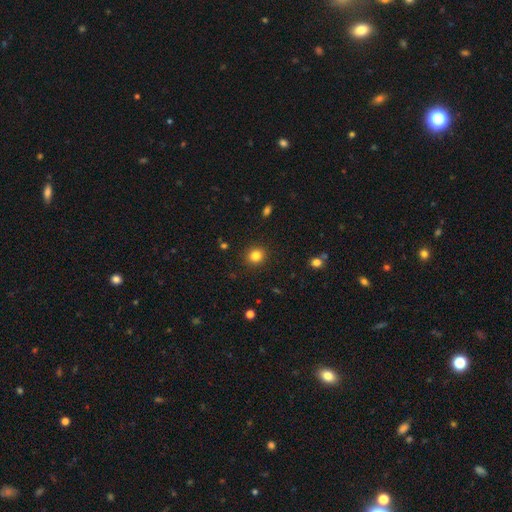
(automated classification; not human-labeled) Q: Smooth or featured?
A: smooth (83%); runner-up: star or artifact (12%)
Q: How rounded?
A: round (85%); runner-up: in between (15%)
Q: Merging?
A: none (91%); runner-up: minor disturbance (6%)